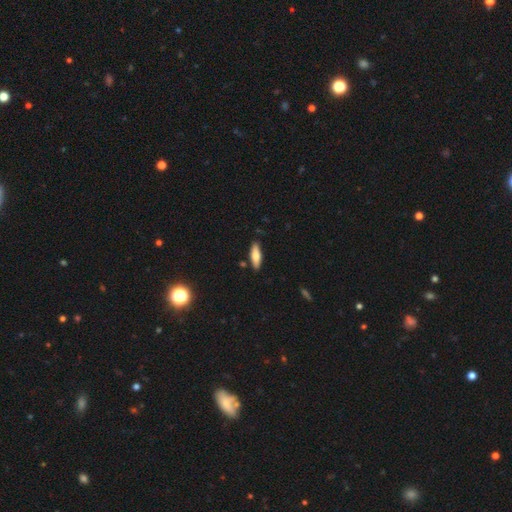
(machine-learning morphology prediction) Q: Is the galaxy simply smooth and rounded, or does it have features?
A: smooth — 72%.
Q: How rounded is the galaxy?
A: cigar-shaped — 49%, tied with in between.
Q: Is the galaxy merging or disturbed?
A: none — 86%.